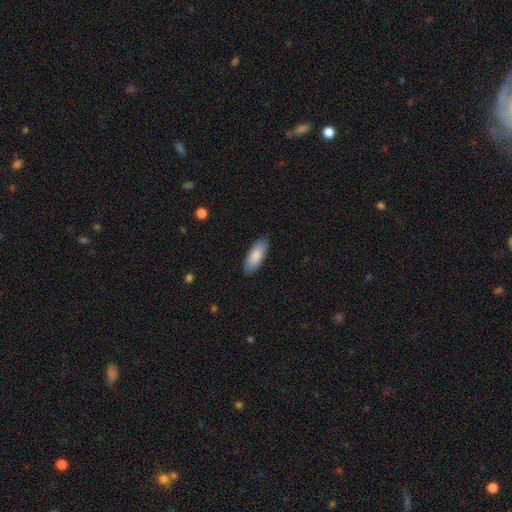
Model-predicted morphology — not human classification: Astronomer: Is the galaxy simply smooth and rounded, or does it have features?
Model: smooth — 87%.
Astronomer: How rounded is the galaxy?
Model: in between — 76%.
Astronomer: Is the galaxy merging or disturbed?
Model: none — 88%.